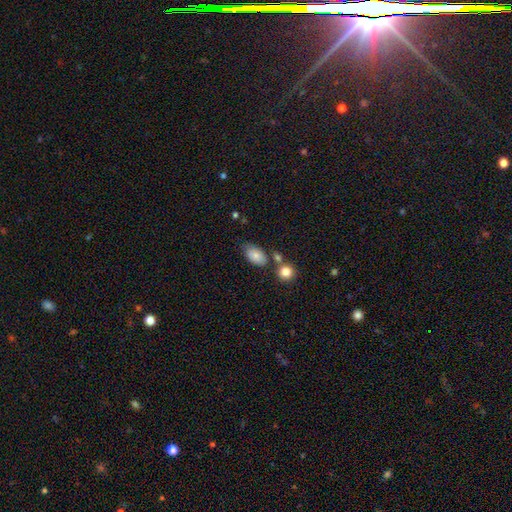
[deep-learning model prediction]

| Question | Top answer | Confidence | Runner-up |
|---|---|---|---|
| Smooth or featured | smooth | 81% | featured or disk (11%) |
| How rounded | in between | 91% | round (7%) |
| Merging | none | 64% | minor disturbance (18%) |